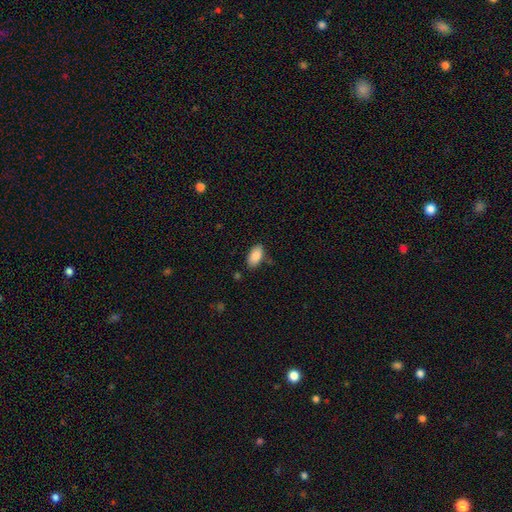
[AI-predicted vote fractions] This appears to be a smooth galaxy with no disk features (87%) that is in between round and cigar-shaped (93%). Merging: none (79%).